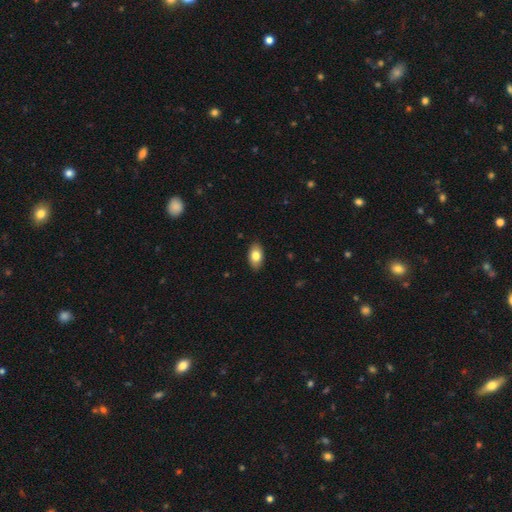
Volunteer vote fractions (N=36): smooth-or-featured: smooth: 86% | featured or disk: 8% | star or artifact: 6%
  how-rounded: in between: 81% | cigar-shaped: 13% | round: 6%
  merging: none: 85% | minor disturbance: 12% | major disturbance: 3% | merger: 0%